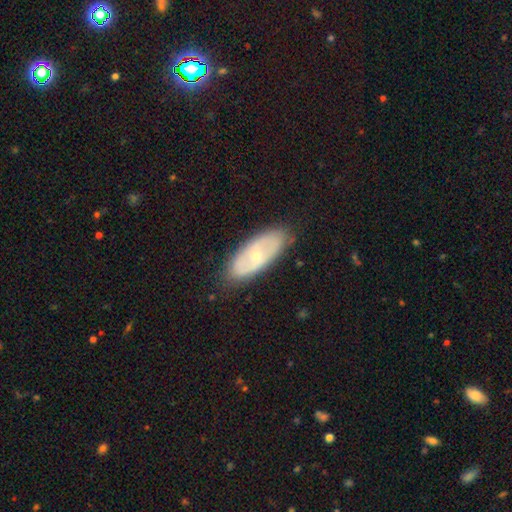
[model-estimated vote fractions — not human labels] Overall: featured or disk (54%; smooth 40%). Edge-on disk: no (86%). Merging: none (84%).